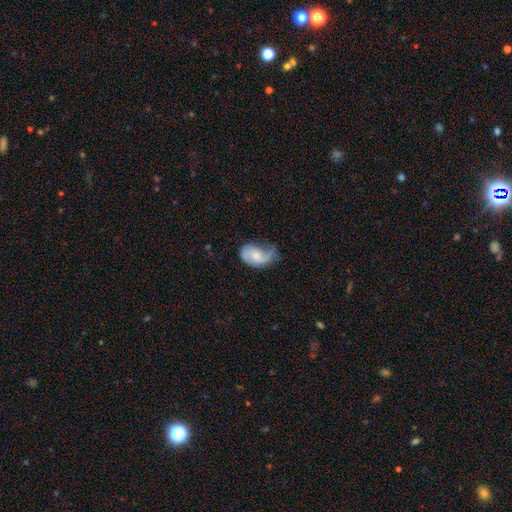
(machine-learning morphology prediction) type=featured or disk (56%); edge-on=no (97%); bar=no (70%); spiral arms=yes (84%); bulge=small (47%); merging=minor disturbance (36%).